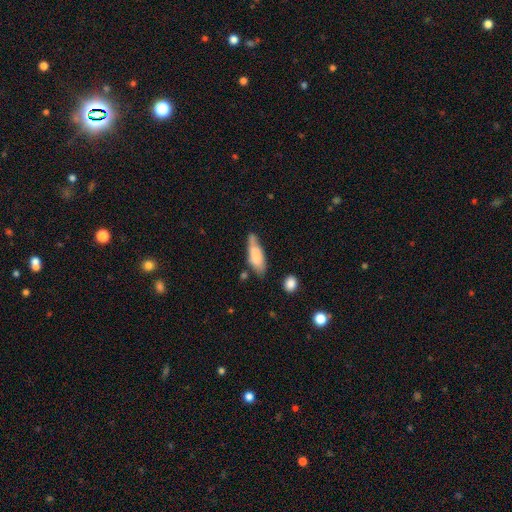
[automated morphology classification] smooth 71%, featured or disk 22%, star or artifact 7%. Down the decision tree: how rounded — in between (60%); merging — none (52%).